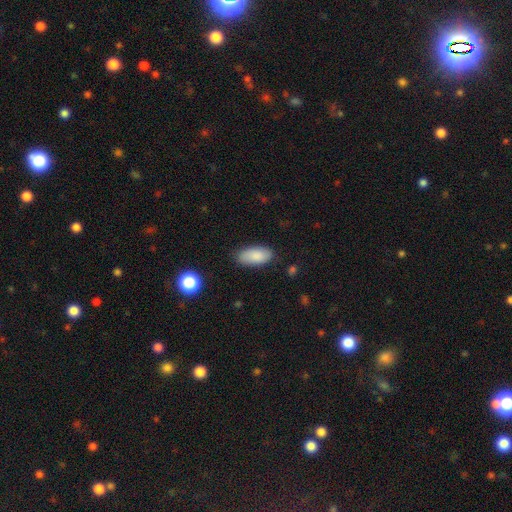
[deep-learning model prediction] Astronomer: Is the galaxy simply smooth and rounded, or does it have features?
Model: smooth — 85%.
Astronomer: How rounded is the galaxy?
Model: in between — 92%.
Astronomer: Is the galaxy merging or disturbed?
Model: none — 81%.